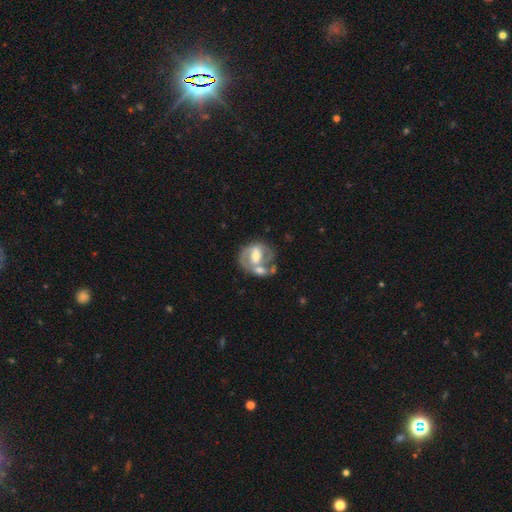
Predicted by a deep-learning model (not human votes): Smooth or featured? featured or disk (70%)
Edge-on disk? no (97%)
Bar? weak (40%)
Spiral arms? yes (61%)
Bulge size? moderate (57%)
Merging? merger (38%)